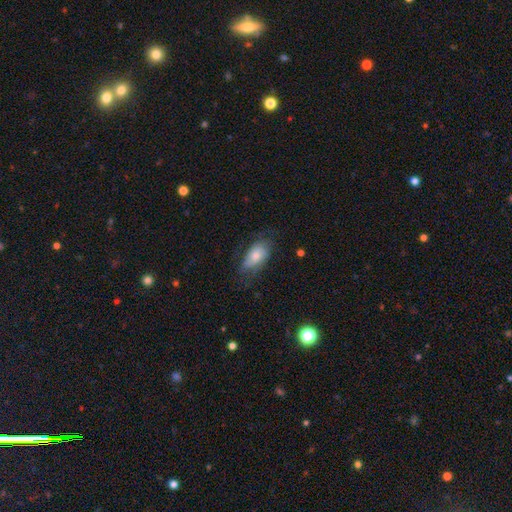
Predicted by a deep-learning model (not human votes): Q: Smooth or featured?
A: smooth (64%); runner-up: featured or disk (29%)
Q: How rounded?
A: in between (91%); runner-up: round (5%)
Q: Merging?
A: none (59%); runner-up: minor disturbance (28%)